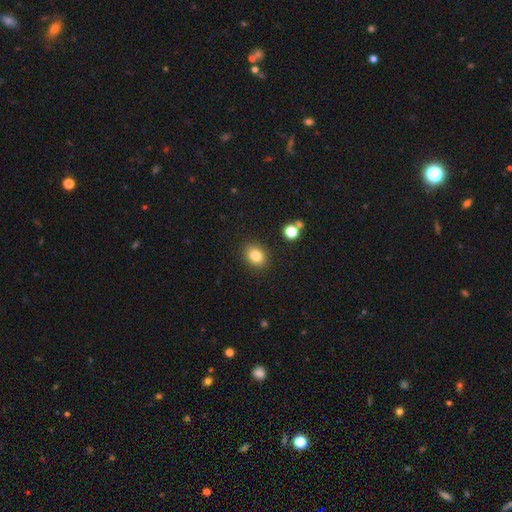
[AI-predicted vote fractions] Overall: smooth (82%). How rounded: round (51%; in between 48%). Merging: none (88%).